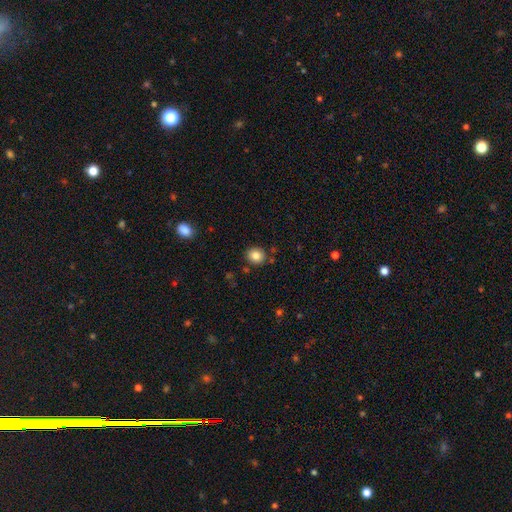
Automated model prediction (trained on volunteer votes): Overall: smooth (84%). How rounded: round (75%). Merging: none (85%).